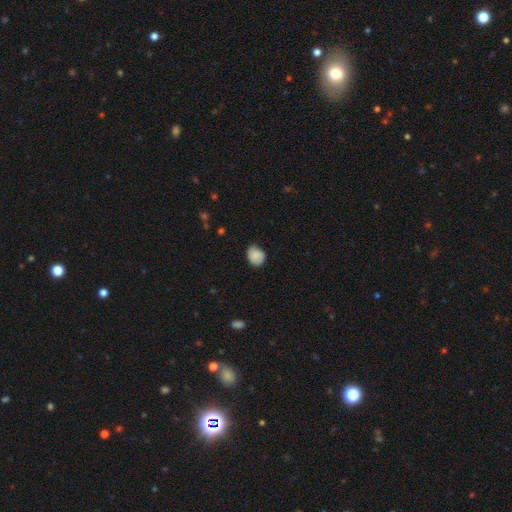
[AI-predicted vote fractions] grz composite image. It shows a smooth galaxy with no disk features (85%) that is round (50%). Merging: none (70%).